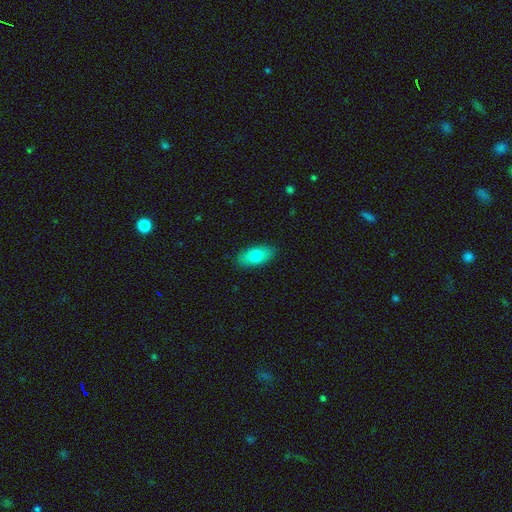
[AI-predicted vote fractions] Smooth or featured? smooth (77%)
How rounded? in between (90%)
Merging? none (88%)